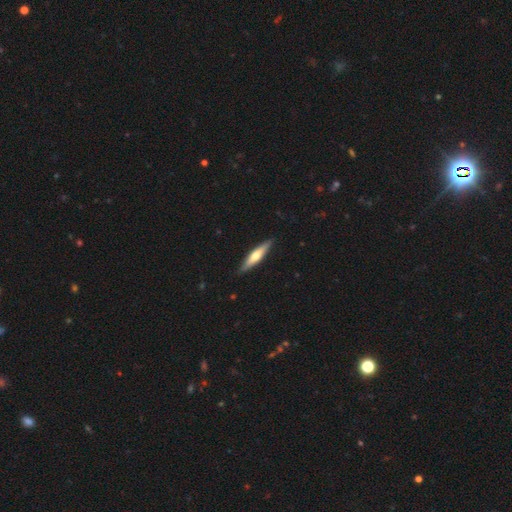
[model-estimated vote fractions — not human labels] This appears to be a featured or disk galaxy (48%). Merging: none (89%).